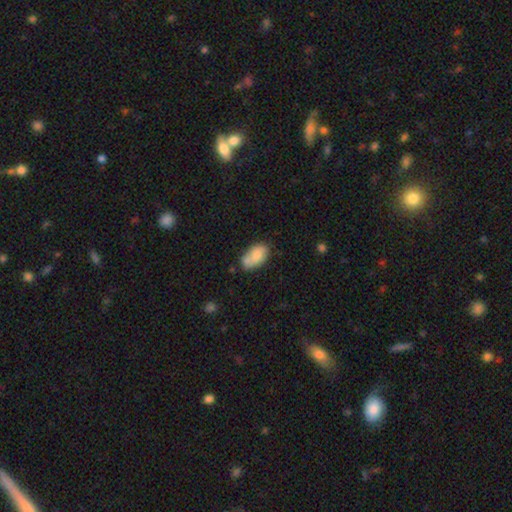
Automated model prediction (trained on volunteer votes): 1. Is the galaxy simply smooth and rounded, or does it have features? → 79% smooth, 14% featured or disk, 7% star or artifact.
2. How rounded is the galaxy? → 92% in between, 5% round, 2% cigar-shaped.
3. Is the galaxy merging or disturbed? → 55% none, 22% minor disturbance, 18% merger, 6% major disturbance.